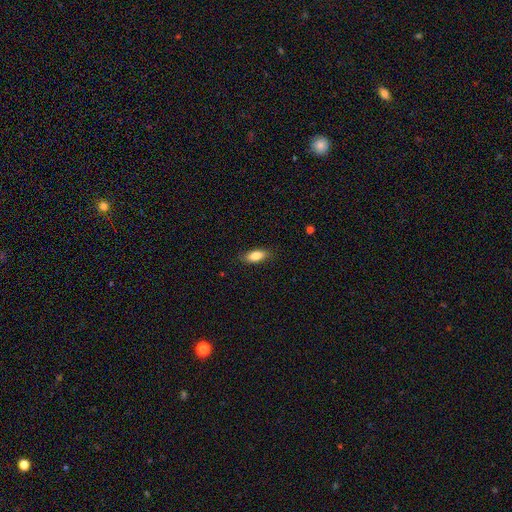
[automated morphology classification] Overall: smooth (85%). How rounded: in between (84%). Merging: none (85%).